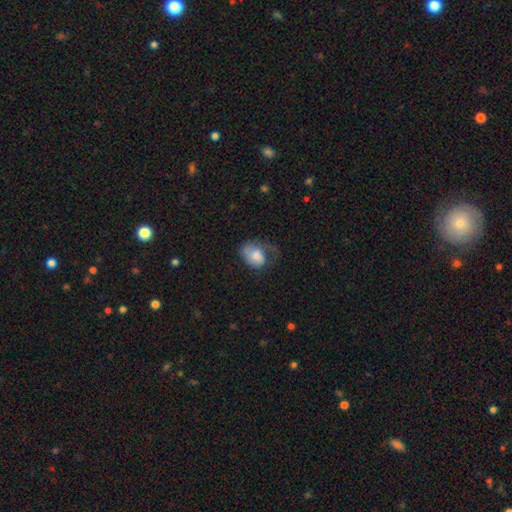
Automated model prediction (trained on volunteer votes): This is likely a smooth galaxy (62%). How rounded: likely in between (71%). Merging: marginally major disturbance (39%).